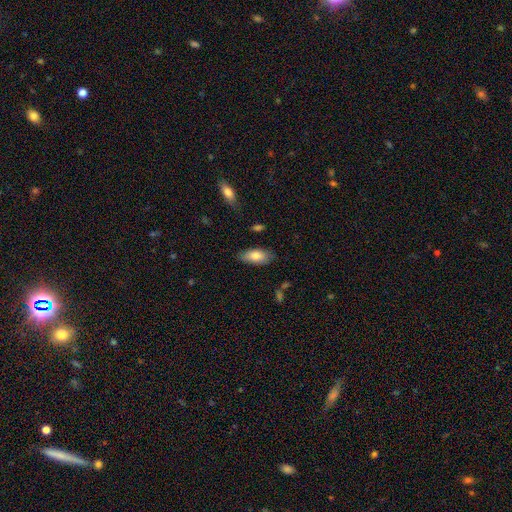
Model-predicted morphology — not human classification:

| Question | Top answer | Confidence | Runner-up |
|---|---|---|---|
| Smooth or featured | smooth | 81% | featured or disk (13%) |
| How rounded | in between | 89% | cigar-shaped (9%) |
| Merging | none | 80% | minor disturbance (15%) |